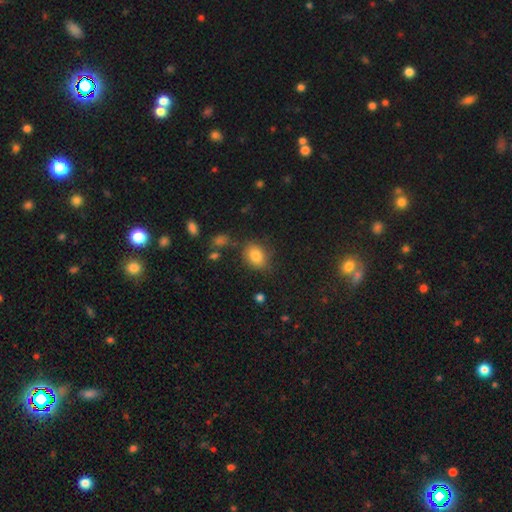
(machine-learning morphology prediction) Smooth or featured? Predicted: smooth (p=0.82). How rounded? Predicted: in between (p=0.64). Merging? Predicted: none (p=0.75).